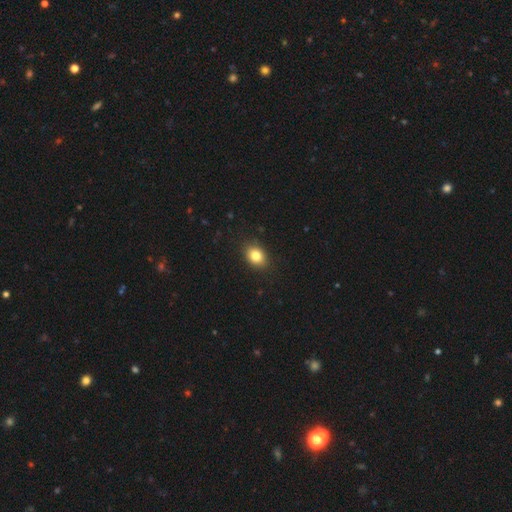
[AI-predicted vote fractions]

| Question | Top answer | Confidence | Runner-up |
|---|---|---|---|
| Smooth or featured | smooth | 82% | star or artifact (10%) |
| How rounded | in between | 67% | round (32%) |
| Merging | none | 88% | minor disturbance (9%) |